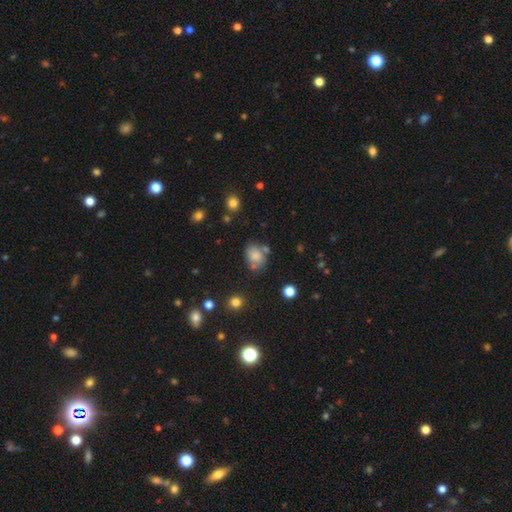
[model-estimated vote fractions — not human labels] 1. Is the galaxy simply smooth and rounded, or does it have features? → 77% smooth, 12% featured or disk, 11% star or artifact.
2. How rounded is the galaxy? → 57% in between, 42% round, 1% cigar-shaped.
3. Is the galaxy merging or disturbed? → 61% none, 19% minor disturbance, 13% merger, 7% major disturbance.